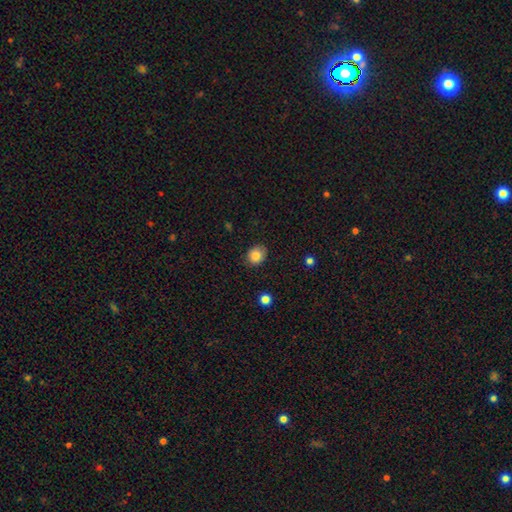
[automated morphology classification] Smooth or featured? smooth (83%)
How rounded? round (59%)
Merging? none (84%)